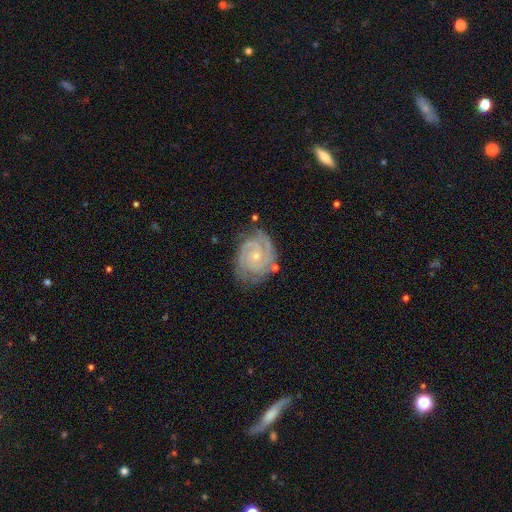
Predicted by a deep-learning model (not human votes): Smooth or featured: featured or disk — 90% (star or artifact — 5%)
Edge-on disk: no — 98% (yes — 2%)
Bar: no — 72% (weak — 22%)
Spiral arms: yes — 98% (no — 2%)
Spiral winding: tight — 77% (medium — 21%)
Spiral arm count: 2 — 51% (3 — 27%)
Bulge size: small — 76% (moderate — 20%)
Merging: none — 75% (minor disturbance — 18%)